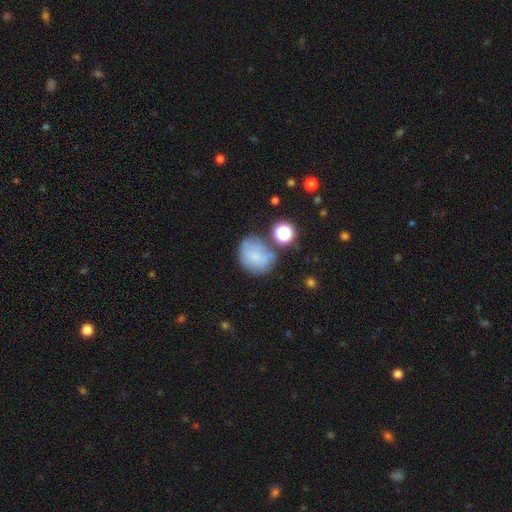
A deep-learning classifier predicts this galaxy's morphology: Smooth or featured?
  - smooth: 65% *
  - featured or disk: 22%
  - star or artifact: 13%
How rounded?
  - round: 62% *
  - in between: 37%
  - cigar-shaped: 1%
Merging?
  - none: 51% *
  - minor disturbance: 23%
  - merger: 16%
  - major disturbance: 11%